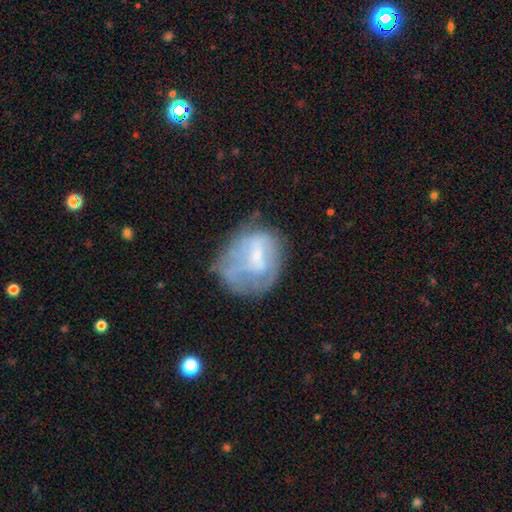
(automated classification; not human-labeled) Overall: featured or disk (51%; smooth 39%). Edge-on disk: no (97%). Merging: none (42%; minor disturbance 27%).